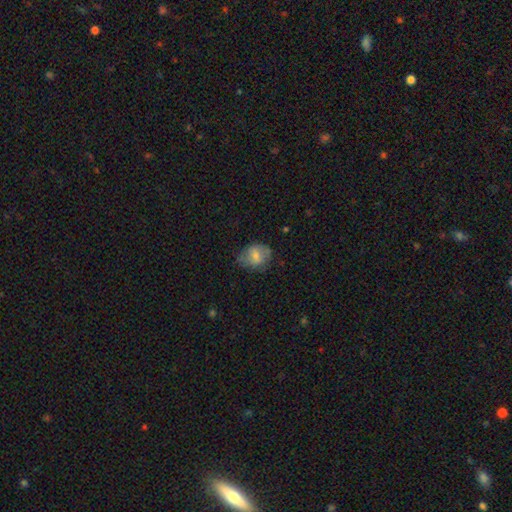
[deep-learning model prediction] A smooth galaxy with no disk features (68%) that is in between round and cigar-shaped (58%). Merging: none (59%).